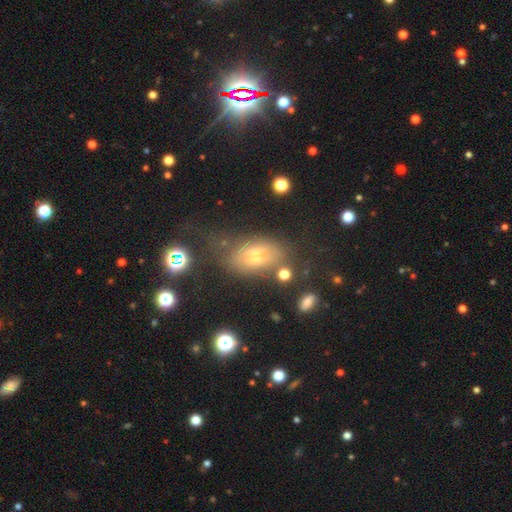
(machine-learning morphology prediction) Overall: smooth (59%; featured or disk 25%). How rounded: in between (86%). Merging: none (51%; minor disturbance 23%).